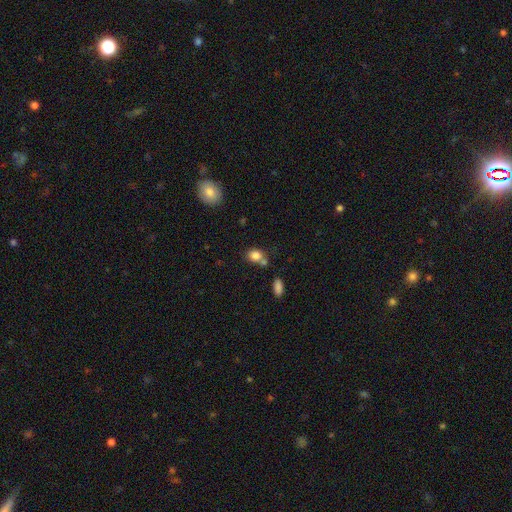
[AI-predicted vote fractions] Smooth or featured? Predicted: smooth (p=0.82). How rounded? Predicted: in between (p=0.51). Merging? Predicted: none (p=0.53).